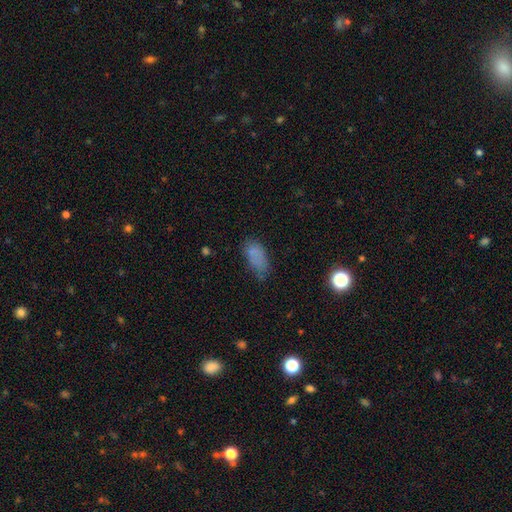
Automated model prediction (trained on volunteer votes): Overall: smooth (76%). How rounded: in between (89%). Merging: none (56%; minor disturbance 28%).